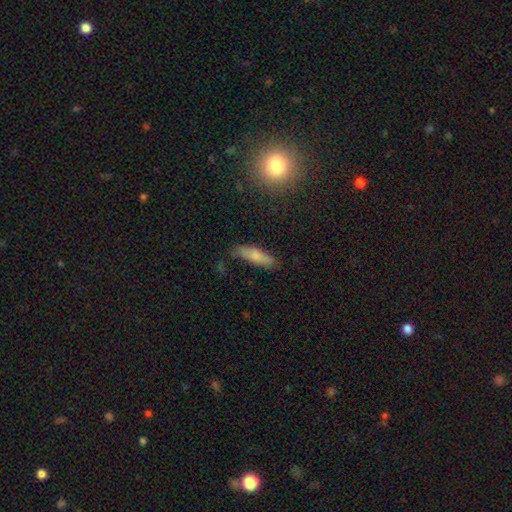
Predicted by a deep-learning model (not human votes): Overall: smooth (75%). How rounded: cigar-shaped (64%; in between 34%). Merging: none (74%).